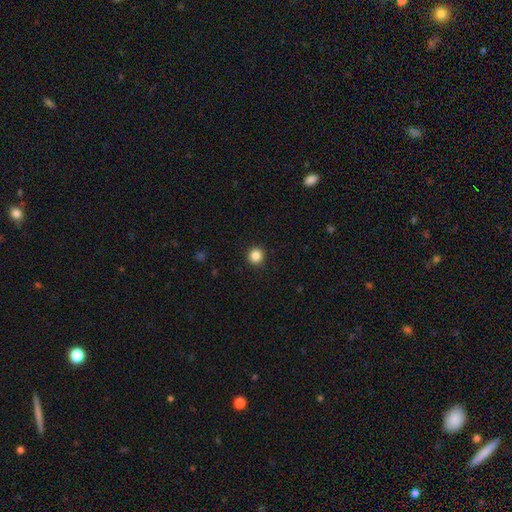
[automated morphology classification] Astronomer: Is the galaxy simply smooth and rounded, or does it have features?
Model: smooth — 86%.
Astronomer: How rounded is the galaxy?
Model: round — 93%.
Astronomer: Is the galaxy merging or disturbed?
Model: none — 93%.